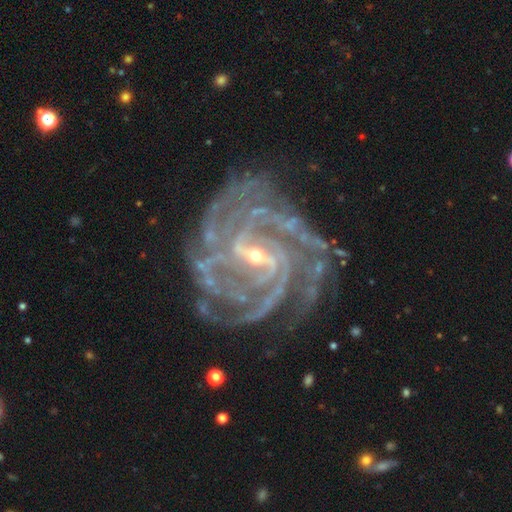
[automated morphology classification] smooth_or_featured: featured or disk (p=0.92) [alt: star or artifact p=0.05]
disk_edge_on: no (p=0.98) [alt: yes p=0.02]
bar: weak (p=0.47) [alt: strong p=0.33]
has_spiral_arms: yes (p=0.98) [alt: no p=0.02]
spiral_winding: tight (p=0.71) [alt: medium p=0.26]
spiral_arm_count: 4 (p=0.28) [alt: more than 4 p=0.21]
bulge_size: small (p=0.73) [alt: moderate p=0.24]
merging: none (p=0.74) [alt: minor disturbance p=0.16]